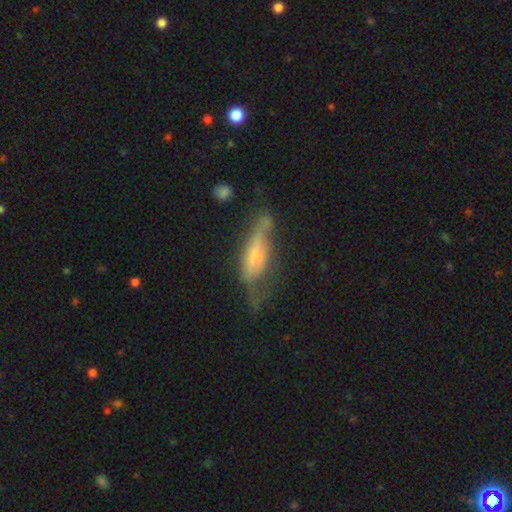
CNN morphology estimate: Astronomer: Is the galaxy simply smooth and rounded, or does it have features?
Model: featured or disk — 46%, tied with smooth at 46%.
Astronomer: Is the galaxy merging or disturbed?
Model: none — 34% (runner-up: minor disturbance, 31%).